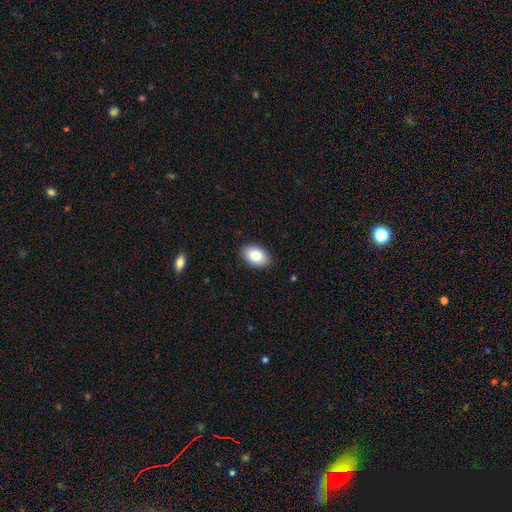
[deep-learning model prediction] smooth 81%, featured or disk 12%, star or artifact 7%. Down the decision tree: how rounded — in between (88%); merging — none (89%).